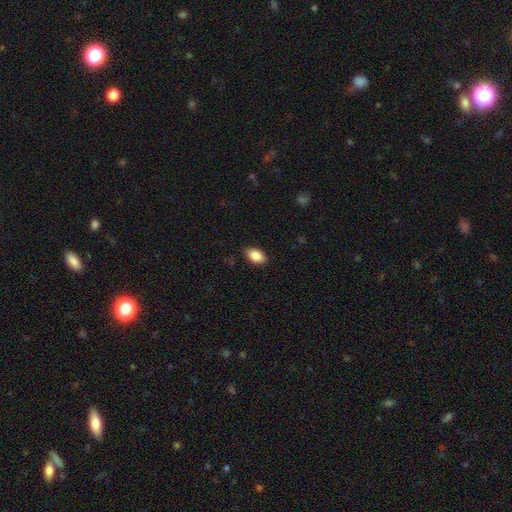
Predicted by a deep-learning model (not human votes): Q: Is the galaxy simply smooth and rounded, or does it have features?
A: smooth — 88%.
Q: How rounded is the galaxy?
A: in between — 90%.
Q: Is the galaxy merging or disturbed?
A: none — 87%.